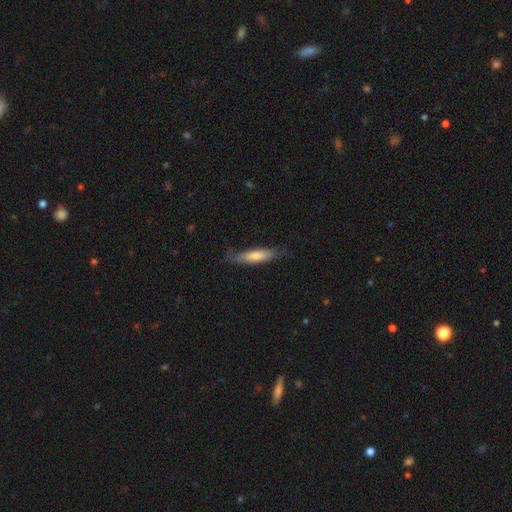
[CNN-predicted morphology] A smooth galaxy with no disk features (66%) that is cigar-shaped (75%).

Vote fractions:
- Smooth or featured? smooth: 66% / featured or disk: 28% / star or artifact: 6%
- How rounded? cigar-shaped: 75% / in between: 24% / round: 1%
- Merging? none: 72% / minor disturbance: 21% / major disturbance: 6% / merger: 1%